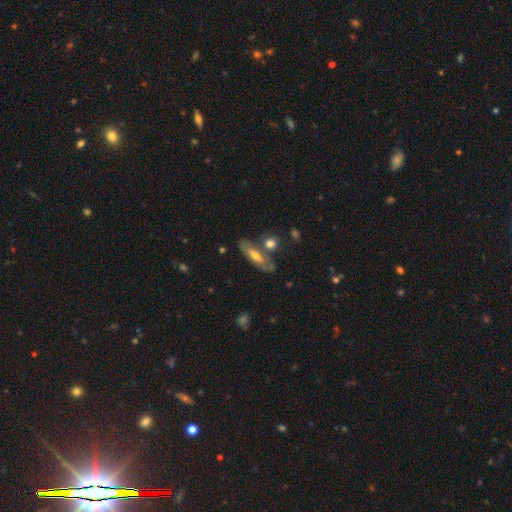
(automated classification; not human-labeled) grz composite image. It shows a featured or disk galaxy (52%). Merging: none (65%).